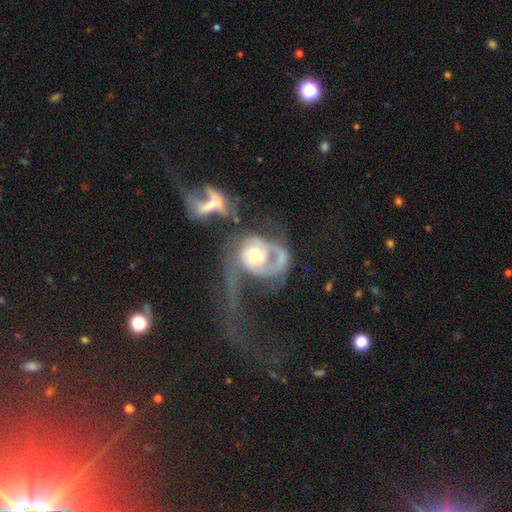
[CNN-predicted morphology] This is likely a featured or disk galaxy (76%). It is clearly not viewed edge-on (97%). Bar: likely no (72%). Spiral arm pattern: likely yes (75%). Spiral arm count: marginally 1 (40%). Spiral winding: marginally medium (35%). Central bulge: likely moderate (67%). Merging: possibly major disturbance (52%).